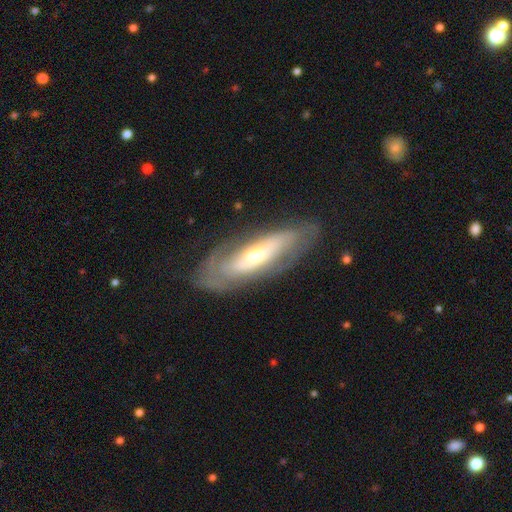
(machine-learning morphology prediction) smooth_or_featured: featured or disk (p=0.67) [alt: smooth p=0.26]
disk_edge_on: no (p=0.76) [alt: yes p=0.24]
bar: no (p=0.67) [alt: weak p=0.19]
has_spiral_arms: yes (p=0.53) [alt: no p=0.47]
bulge_size: small (p=0.51) [alt: moderate p=0.43]
merging: none (p=0.75) [alt: minor disturbance p=0.16]